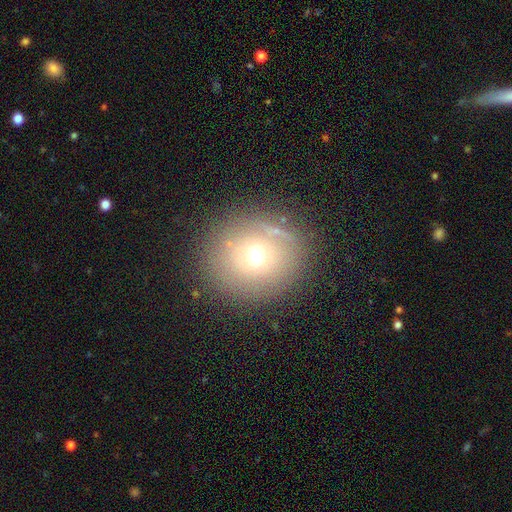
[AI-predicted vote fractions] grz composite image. It shows a smooth galaxy with no disk features (62%) that is round (82%). Merging: none (80%).